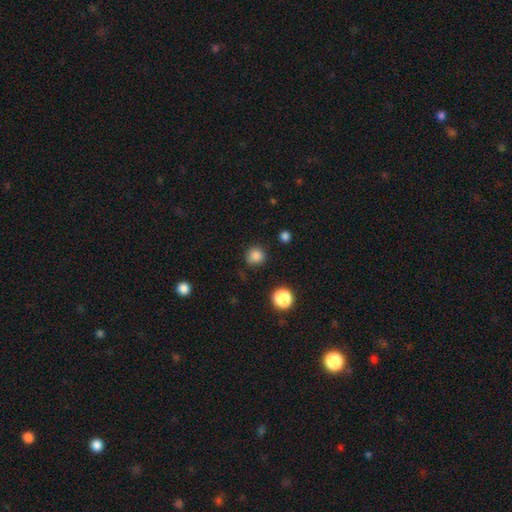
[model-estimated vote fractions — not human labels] Overall: smooth (84%). How rounded: round (91%). Merging: none (85%).